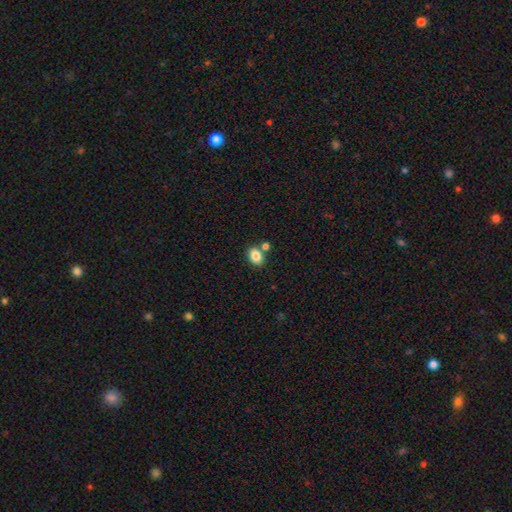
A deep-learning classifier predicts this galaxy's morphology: Overall: smooth (84%). How rounded: in between (70%). Merging: none (69%).